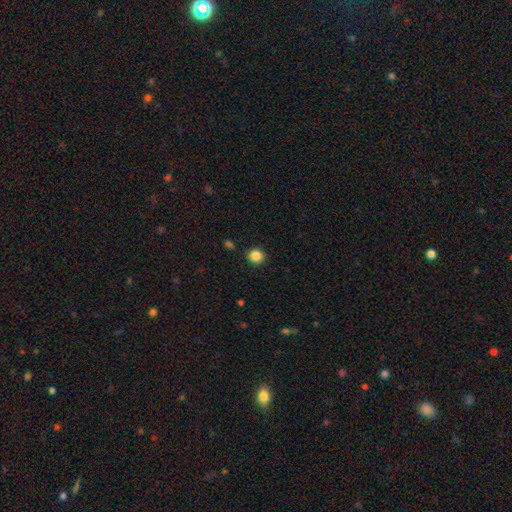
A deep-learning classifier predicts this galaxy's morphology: This appears to be a smooth galaxy with no disk features (86%) that is round (90%). Merging: none (91%).